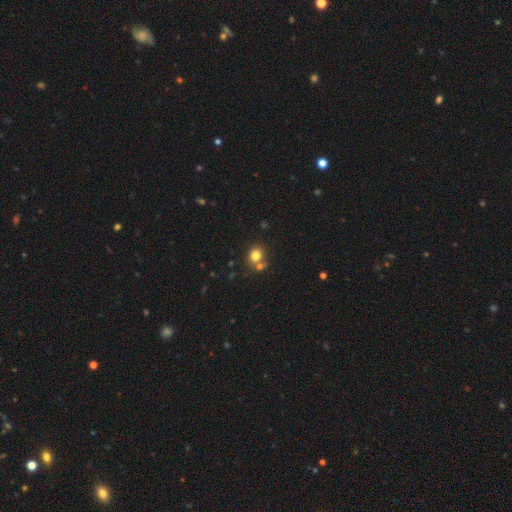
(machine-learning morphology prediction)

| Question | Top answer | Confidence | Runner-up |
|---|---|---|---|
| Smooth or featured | smooth | 79% | star or artifact (12%) |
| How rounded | round | 74% | in between (25%) |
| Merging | none | 57% | merger (29%) |